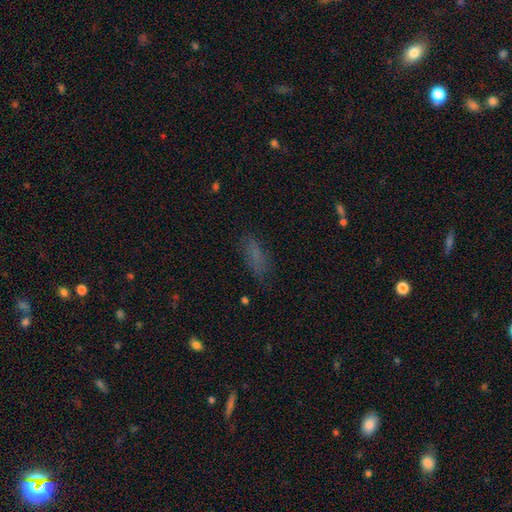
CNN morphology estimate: Smooth or featured?
  - smooth: 70% *
  - star or artifact: 17%
  - featured or disk: 13%
How rounded?
  - in between: 64% *
  - cigar-shaped: 32%
  - round: 4%
Merging?
  - none: 71% *
  - minor disturbance: 18%
  - major disturbance: 9%
  - merger: 2%